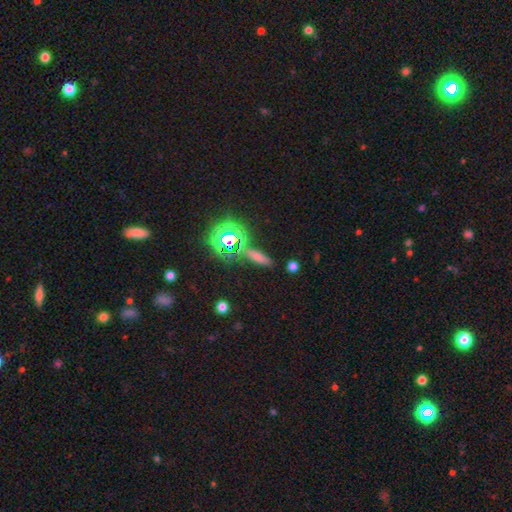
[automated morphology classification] smooth_or_featured: star or artifact (p=0.46) [alt: smooth p=0.39]